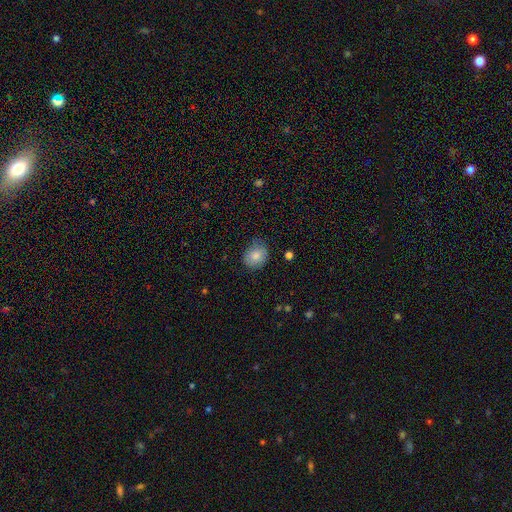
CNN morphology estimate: This is clearly a smooth galaxy (84%). How rounded: possibly round (60%). Merging: likely none (72%).